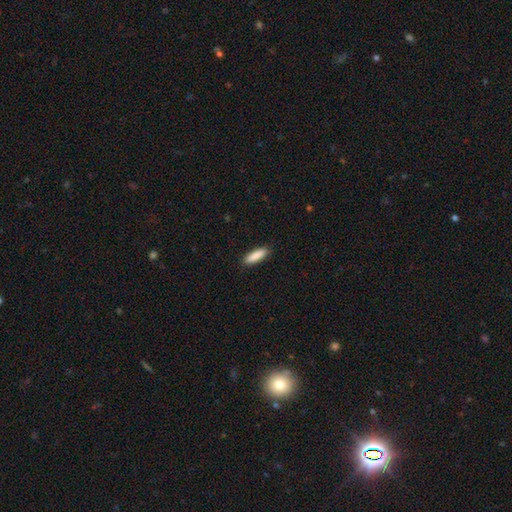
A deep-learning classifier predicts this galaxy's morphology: Smooth or featured: smooth — 89% (star or artifact — 6%)
How rounded: cigar-shaped — 62% (in between — 37%)
Merging: none — 90% (minor disturbance — 8%)